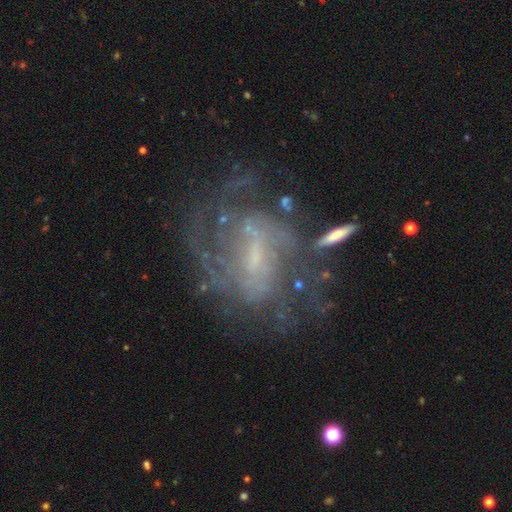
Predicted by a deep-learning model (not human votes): Morphology: type=featured or disk (81%); edge-on=no (97%); bar=weak (51%); spiral arms=yes (83%); winding=medium (41%); arm count=can't tell (46%); bulge=small (61%); merging=none (59%).